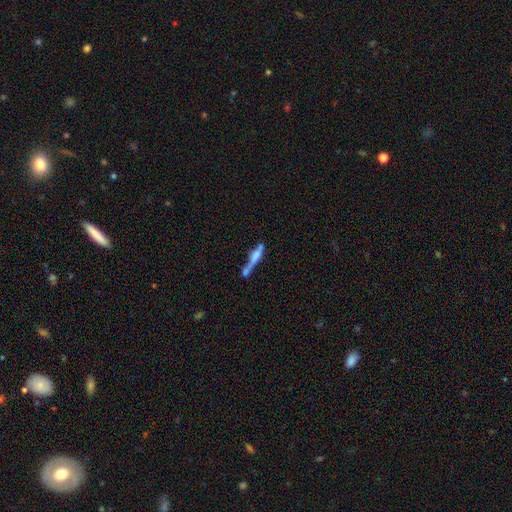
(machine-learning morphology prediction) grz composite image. It shows a smooth galaxy with no disk features (48%). Merging: merger (49%).